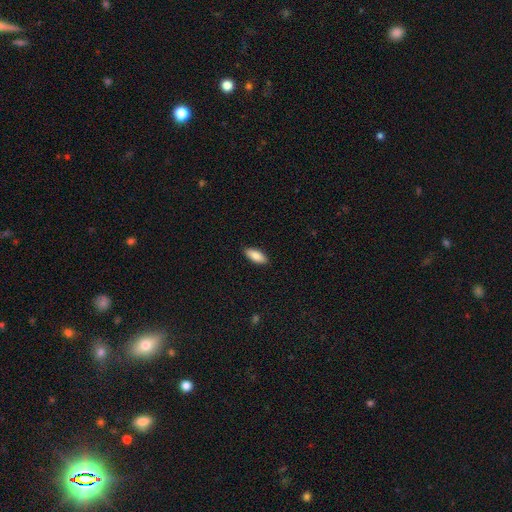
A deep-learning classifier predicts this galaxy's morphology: This appears to be a smooth galaxy with no disk features (87%) that is in between round and cigar-shaped (80%). Merging: none (89%).